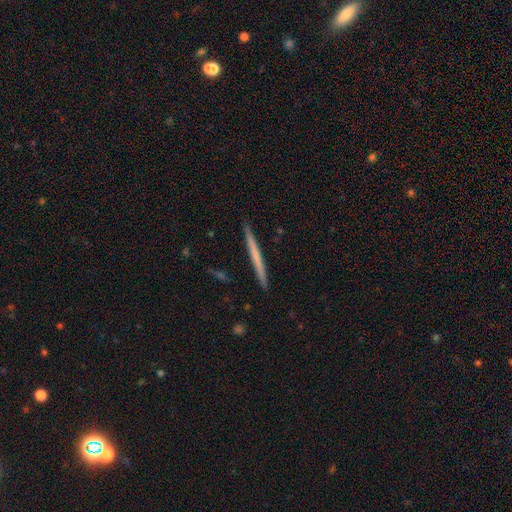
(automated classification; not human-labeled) Overall: smooth (50%; featured or disk 44%). How rounded: cigar-shaped (97%). Merging: none (92%).